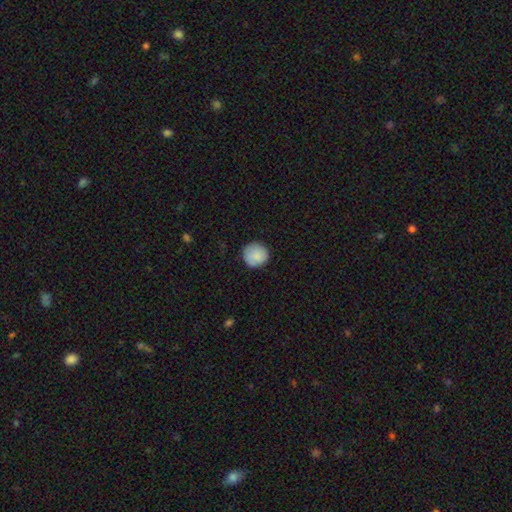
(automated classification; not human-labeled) Q: Smooth or featured?
A: smooth (88%); runner-up: star or artifact (7%)
Q: How rounded?
A: round (93%); runner-up: in between (6%)
Q: Merging?
A: none (85%); runner-up: minor disturbance (12%)